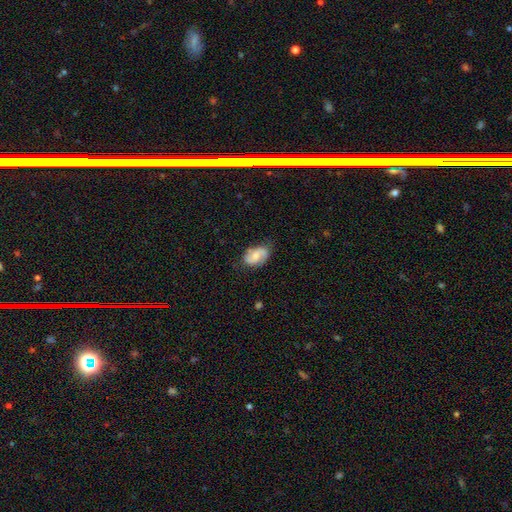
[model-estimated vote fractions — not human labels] A featured or disk galaxy (53%) with no bar (54%), spiral arms (88%) and a moderate central bulge (44%). Merging: none (67%).